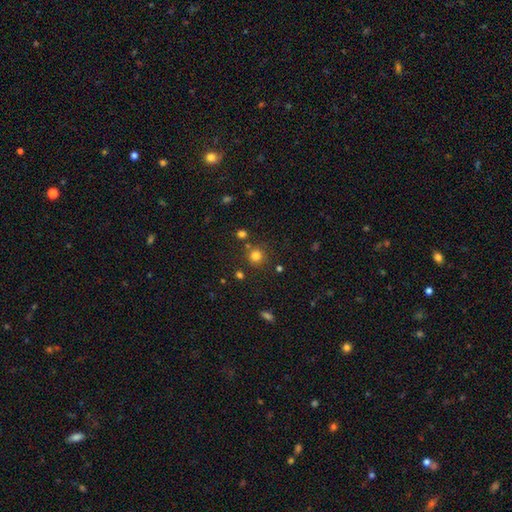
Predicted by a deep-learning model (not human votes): A smooth galaxy with no disk features (79%) that is round (92%). Merging: none (80%).